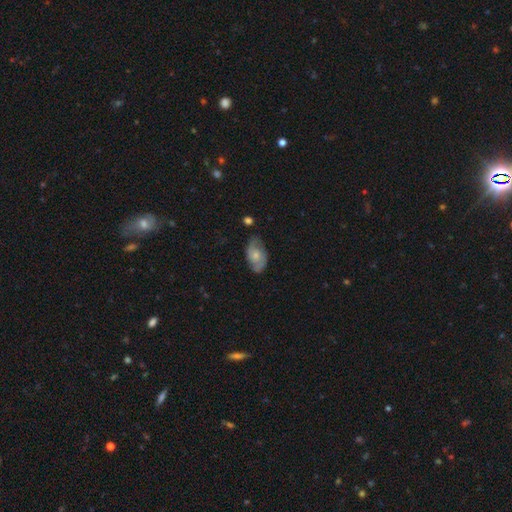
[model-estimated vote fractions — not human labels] This is possibly a featured or disk galaxy (58%). It is clearly not viewed edge-on (95%). Bar: likely no (71%). Spiral arm pattern: clearly yes (82%). Central bulge: possibly moderate (46%). Merging: likely none (68%).